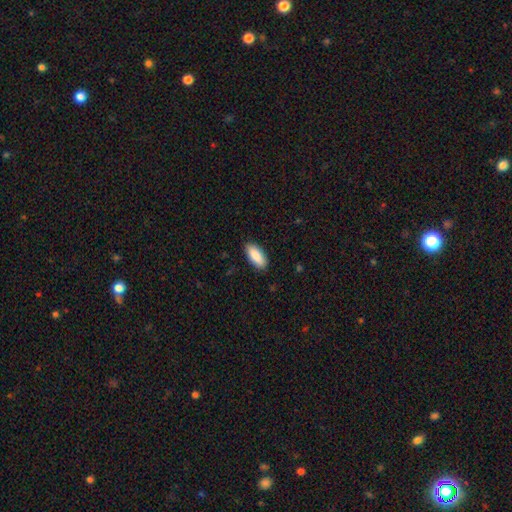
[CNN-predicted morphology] A smooth galaxy with no disk features (89%) that is in between round and cigar-shaped (87%).

Vote fractions:
- Smooth or featured? smooth: 89% / star or artifact: 6% / featured or disk: 5%
- How rounded? in between: 87% / cigar-shaped: 11% / round: 2%
- Merging? none: 88% / minor disturbance: 9% / major disturbance: 2% / merger: 1%